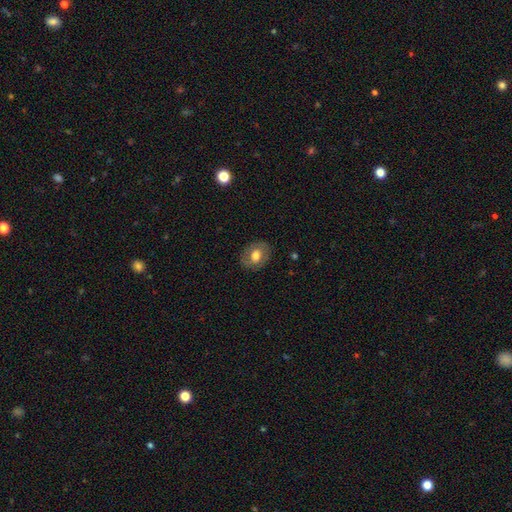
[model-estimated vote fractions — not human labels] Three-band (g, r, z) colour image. It shows a smooth galaxy with no disk features (60%) that is in between round and cigar-shaped (54%). Merging: none (82%).